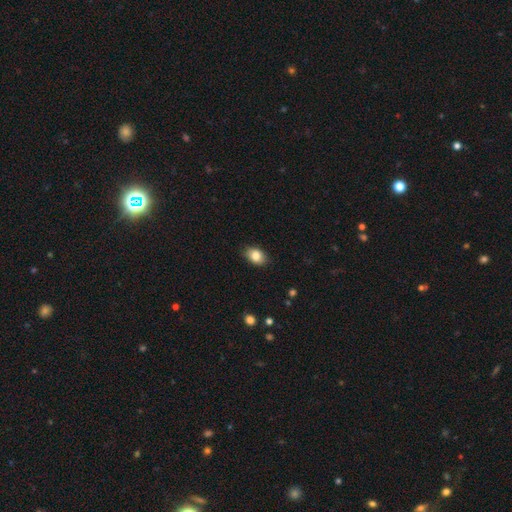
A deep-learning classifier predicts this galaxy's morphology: A smooth galaxy with no disk features (85%) that is in between round and cigar-shaped (82%). Merging: none (83%).